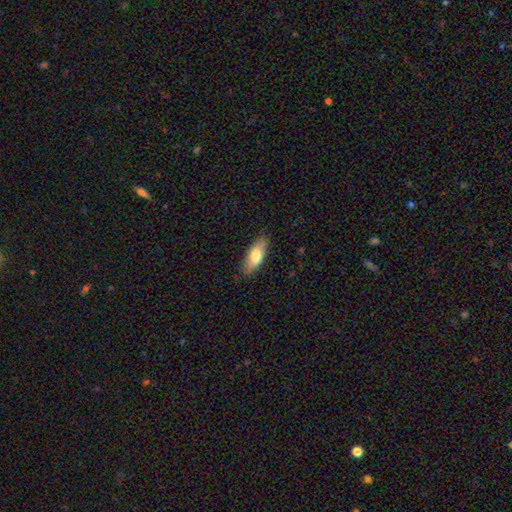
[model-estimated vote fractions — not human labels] This appears to be a smooth galaxy with no disk features (73%) that is in between round and cigar-shaped (78%). Merging: none (83%).